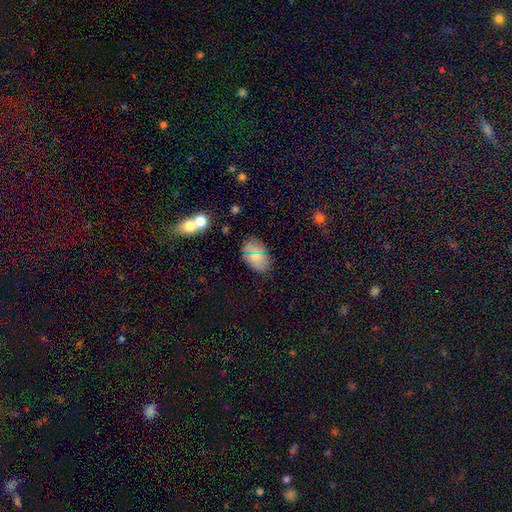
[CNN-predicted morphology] smooth 74%, star or artifact 14%, featured or disk 13%. Down the decision tree: how rounded — in between (87%); merging — none (80%).